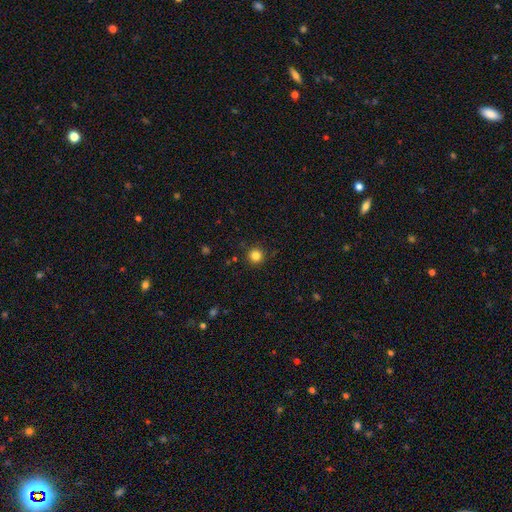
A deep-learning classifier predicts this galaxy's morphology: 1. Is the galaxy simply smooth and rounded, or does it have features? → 83% smooth, 13% star or artifact, 4% featured or disk.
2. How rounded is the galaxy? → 95% round, 4% in between, 1% cigar-shaped.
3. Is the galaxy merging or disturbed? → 91% none, 6% minor disturbance, 2% major disturbance, 1% merger.